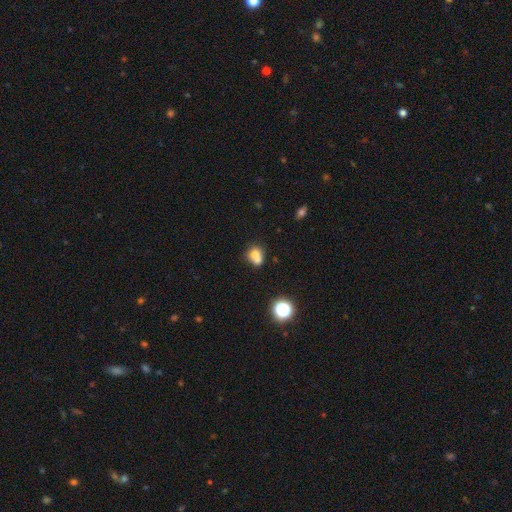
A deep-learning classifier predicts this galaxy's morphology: This is likely a smooth galaxy (70%). How rounded: likely round (74%). Merging: possibly merger (56%).